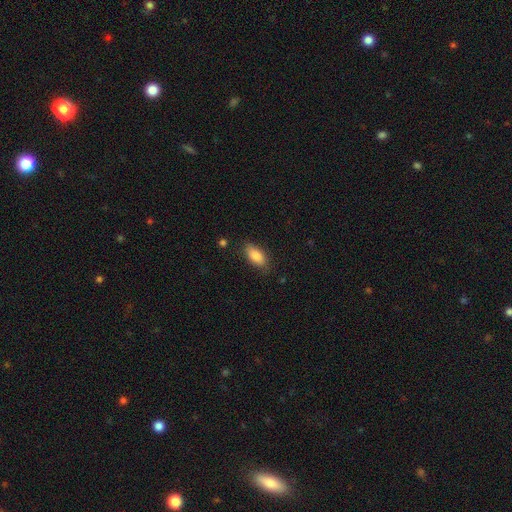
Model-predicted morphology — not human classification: smooth_or_featured: smooth (p=0.85) [alt: featured or disk p=0.08]
how_rounded: in between (p=0.89) [alt: cigar-shaped p=0.08]
merging: none (p=0.81) [alt: minor disturbance p=0.15]